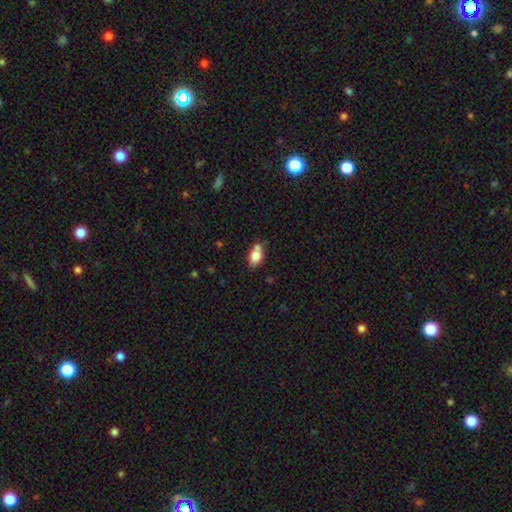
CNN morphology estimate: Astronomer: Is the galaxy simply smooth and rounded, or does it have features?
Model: smooth — 77%.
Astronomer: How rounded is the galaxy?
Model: in between — 82%.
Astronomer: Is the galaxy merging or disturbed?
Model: none — 57%.